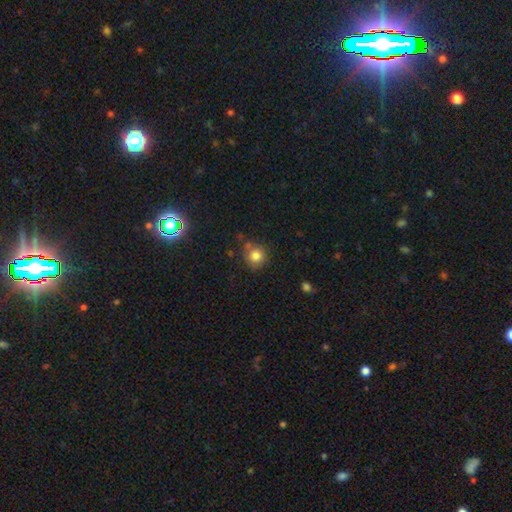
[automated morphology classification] Smooth or featured? Predicted: smooth (p=0.81). How rounded? Predicted: round (p=0.89). Merging? Predicted: none (p=0.73).